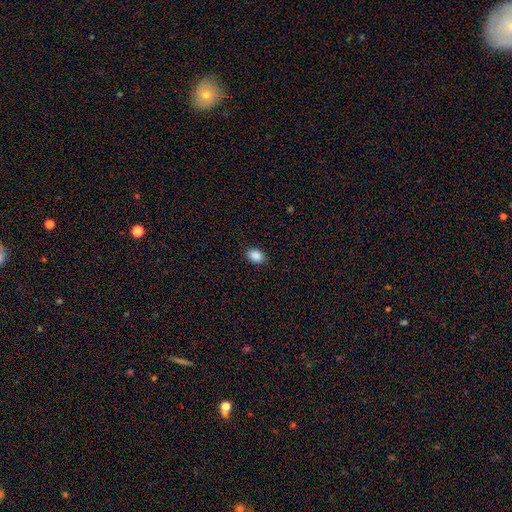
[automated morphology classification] Smooth or featured?
  - smooth: 89% *
  - star or artifact: 8%
  - featured or disk: 3%
How rounded?
  - in between: 77% *
  - round: 22%
  - cigar-shaped: 1%
Merging?
  - none: 88% *
  - minor disturbance: 9%
  - major disturbance: 2%
  - merger: 1%